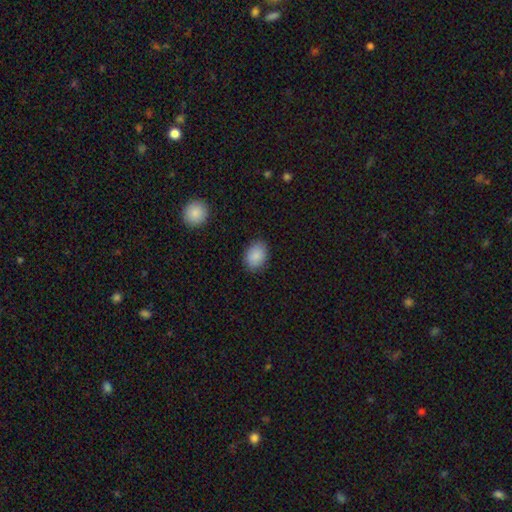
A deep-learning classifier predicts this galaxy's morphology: type=smooth (88%); roundness=in between (75%); merging=none (86%).